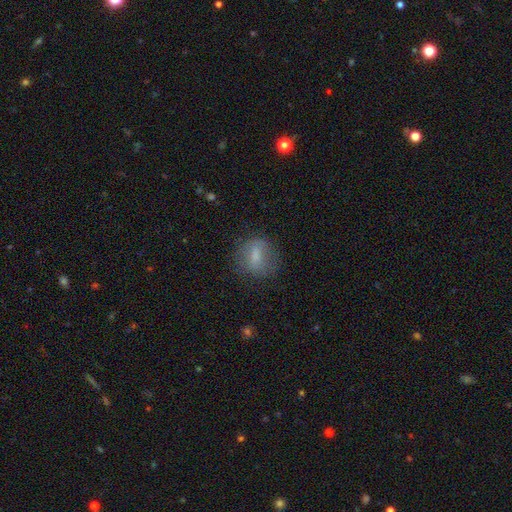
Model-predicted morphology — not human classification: Smooth or featured? smooth (68%)
How rounded? round (54%)
Merging? none (71%)